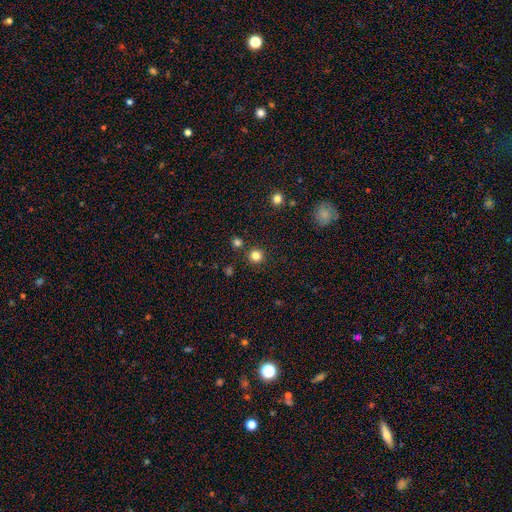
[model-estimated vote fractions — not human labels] smooth_or_featured: smooth (p=0.81) [alt: star or artifact p=0.14]
how_rounded: round (p=0.95) [alt: in between p=0.04]
merging: none (p=0.88) [alt: minor disturbance p=0.05]